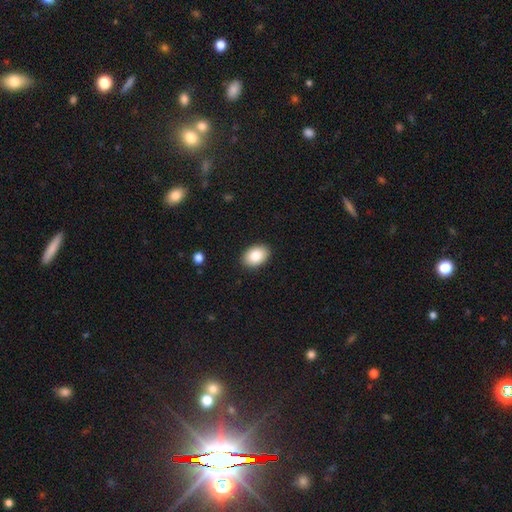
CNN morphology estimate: Smooth or featured? Predicted: smooth (p=0.85). How rounded? Predicted: in between (p=0.85). Merging? Predicted: none (p=0.90).